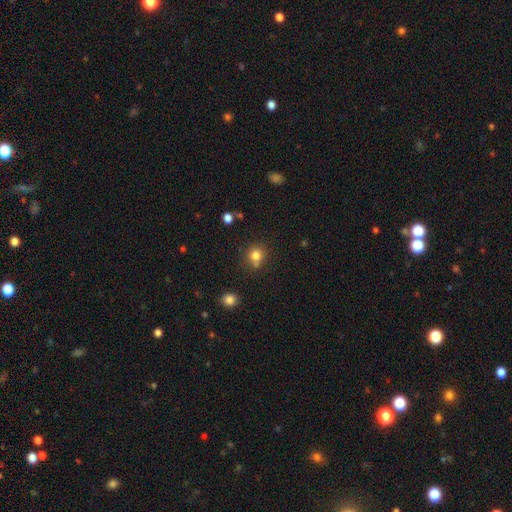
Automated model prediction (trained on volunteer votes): Q: Smooth or featured?
A: smooth (80%); runner-up: star or artifact (13%)
Q: How rounded?
A: round (85%); runner-up: in between (14%)
Q: Merging?
A: none (67%); runner-up: merger (16%)